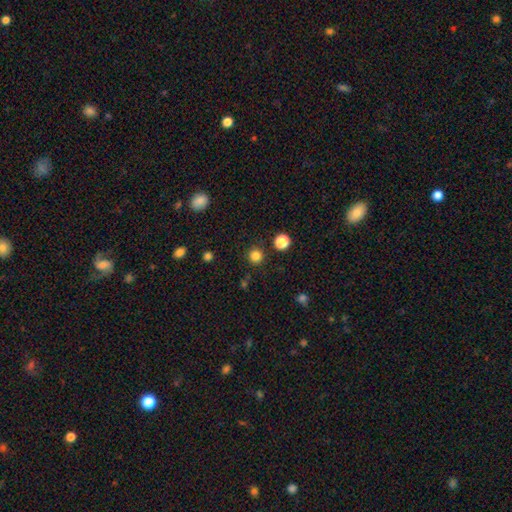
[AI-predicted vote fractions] Smooth or featured? smooth (83%)
How rounded? round (94%)
Merging? none (89%)